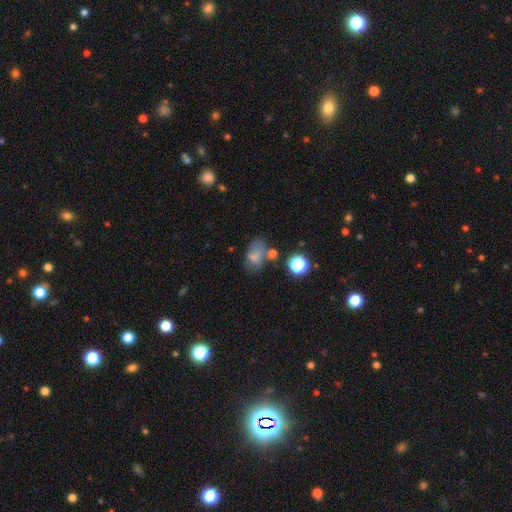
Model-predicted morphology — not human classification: Q: Smooth or featured?
A: smooth (68%); runner-up: featured or disk (17%)
Q: How rounded?
A: in between (80%); runner-up: round (18%)
Q: Merging?
A: none (43%); runner-up: minor disturbance (24%)